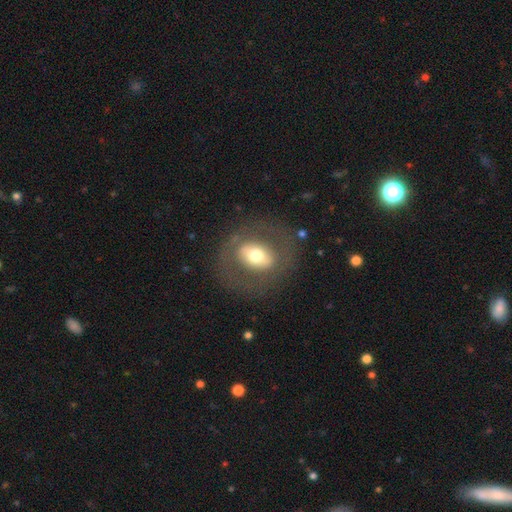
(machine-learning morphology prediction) Overall: smooth (47%; featured or disk 45%). Merging: none (77%).